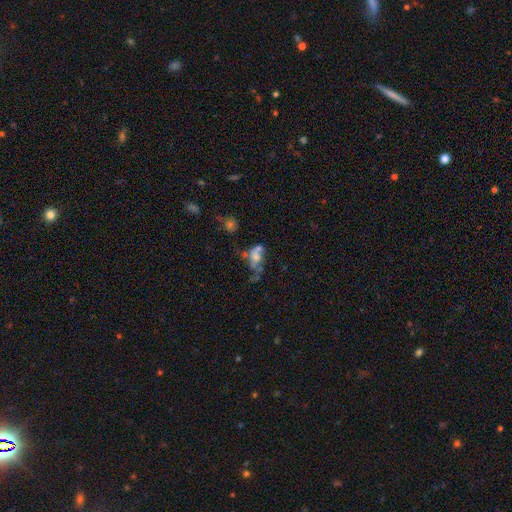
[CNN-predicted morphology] smooth 43%, featured or disk 40%, star or artifact 16%. Down the decision tree: merging — merger (30%, tied with major disturbance).